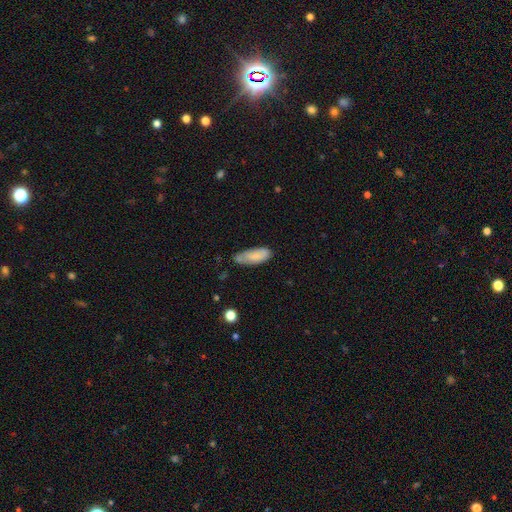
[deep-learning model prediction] The model was most divided on "merging": none: 56%, minor disturbance: 33%, major disturbance: 8%, merger: 3%. More confident: how rounded — in between (75%); smooth or featured — smooth (72%).